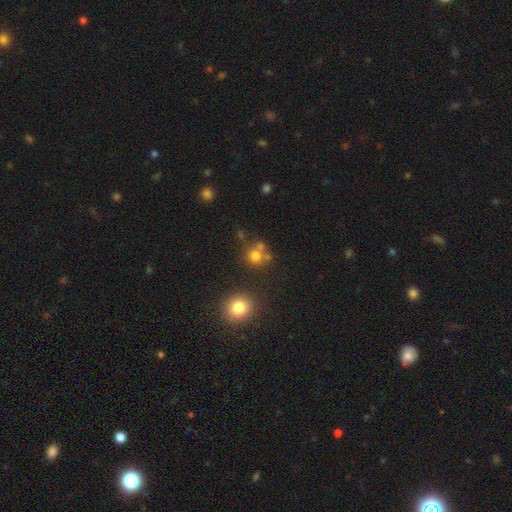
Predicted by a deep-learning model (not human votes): This appears to be a smooth galaxy with no disk features (74%) that is round (88%). Merging: none (64%).